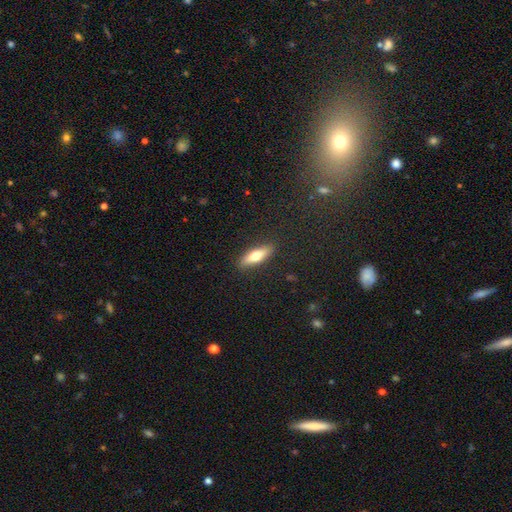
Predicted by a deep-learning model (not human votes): This is likely a smooth galaxy (67%). How rounded: possibly cigar-shaped (51%). Merging: clearly none (88%).